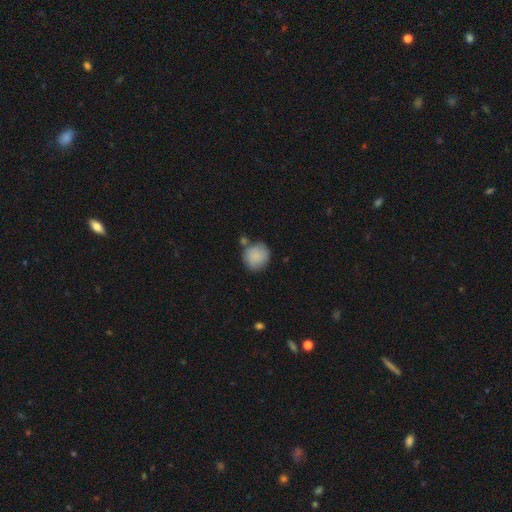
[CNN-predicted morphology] Q: Smooth or featured?
A: smooth (85%); runner-up: featured or disk (8%)
Q: How rounded?
A: round (86%); runner-up: in between (13%)
Q: Merging?
A: none (62%); runner-up: minor disturbance (18%)